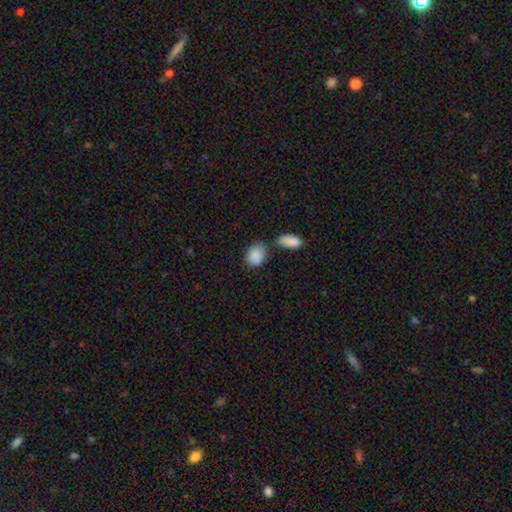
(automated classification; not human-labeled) Morphology: type=smooth (88%); roundness=in between (60%); merging=none (53%).